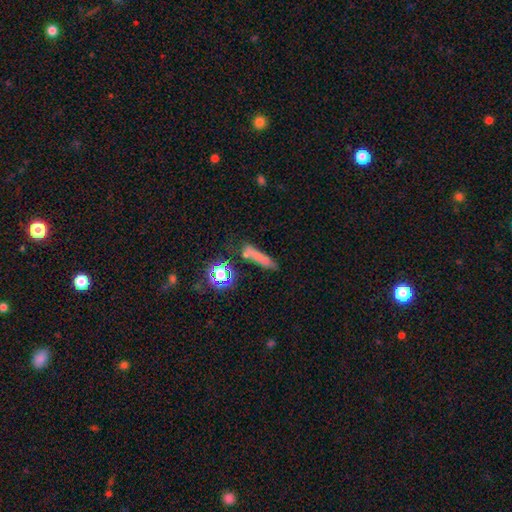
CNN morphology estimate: This appears to be a smooth galaxy with no disk features (65%) that is cigar-shaped (82%). Merging: none (67%).